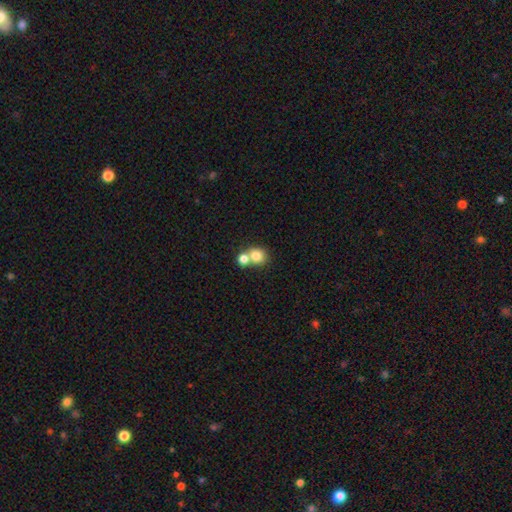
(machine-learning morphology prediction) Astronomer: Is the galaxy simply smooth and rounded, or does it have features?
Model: smooth — 79%.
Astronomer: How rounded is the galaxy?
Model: round — 77%.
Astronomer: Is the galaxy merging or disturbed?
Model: merger — 56% (runner-up: none, 36%).